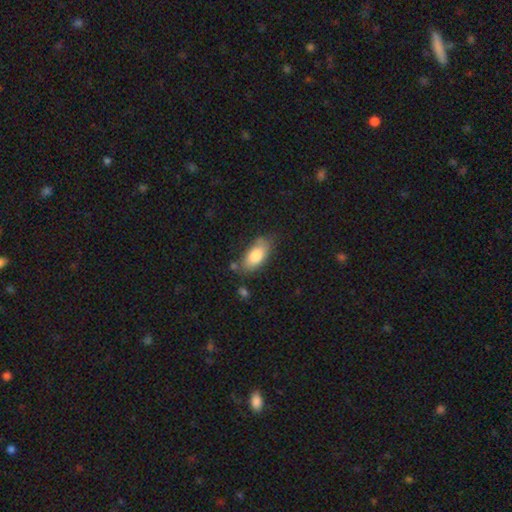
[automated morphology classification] This is clearly a smooth galaxy (80%). How rounded: clearly in between (89%). Merging: likely none (71%).